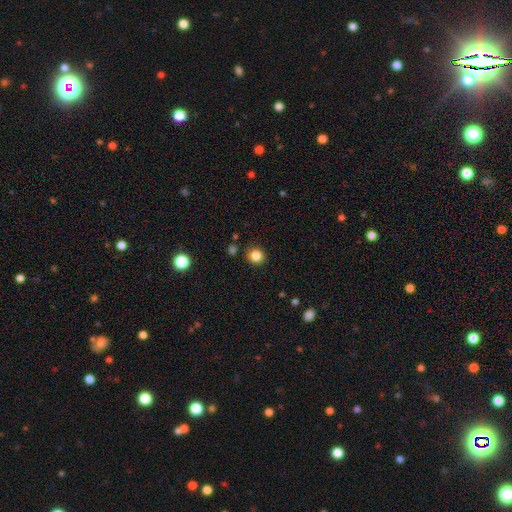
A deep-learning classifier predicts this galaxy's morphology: The model was most divided on "smooth or featured": smooth: 84%, star or artifact: 11%, featured or disk: 5%. More confident: how rounded — round (90%); merging — none (89%).